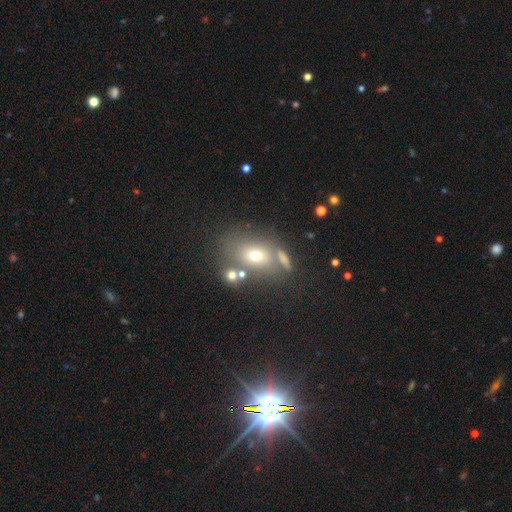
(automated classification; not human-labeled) Smooth or featured? smooth (62%)
How rounded? in between (58%)
Merging? none (56%)